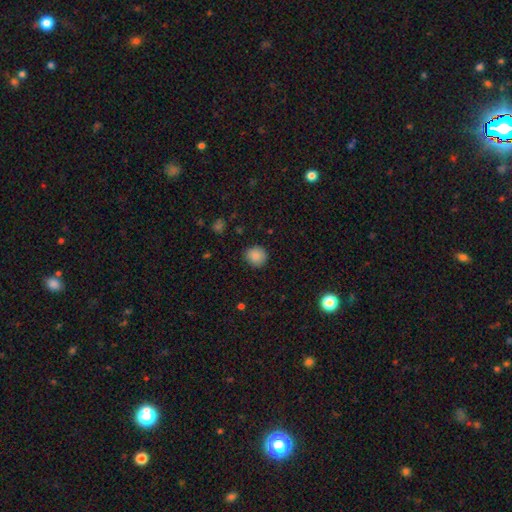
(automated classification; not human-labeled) smooth-or-featured: smooth: 86% | star or artifact: 10% | featured or disk: 4%
  how-rounded: round: 89% | in between: 10% | cigar-shaped: 1%
  merging: none: 88% | minor disturbance: 8% | major disturbance: 2% | merger: 1%